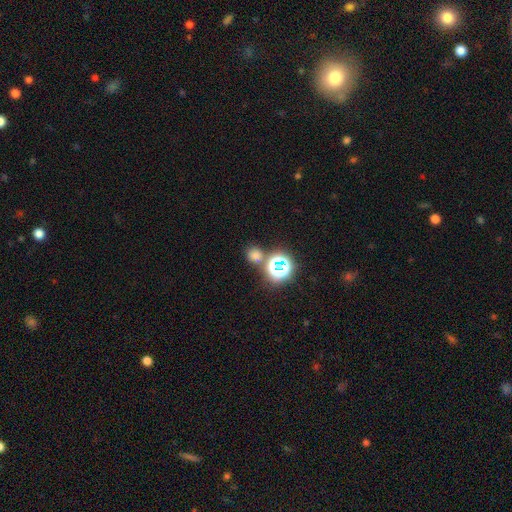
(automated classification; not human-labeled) Smooth or featured? Predicted: smooth (p=0.61). How rounded? Predicted: round (p=0.82). Merging? Predicted: none (p=0.68).